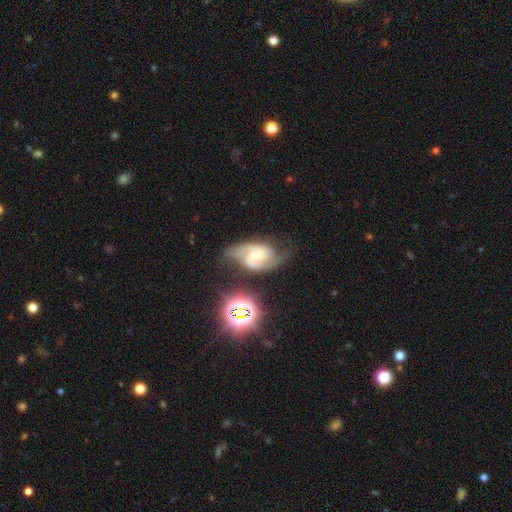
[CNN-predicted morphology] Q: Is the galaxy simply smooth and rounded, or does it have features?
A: featured or disk — 82%.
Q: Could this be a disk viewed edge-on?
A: no — 97%.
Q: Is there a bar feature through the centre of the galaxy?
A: weak — 47%.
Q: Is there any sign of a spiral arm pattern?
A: yes — 97%.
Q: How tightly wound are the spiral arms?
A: medium — 55%.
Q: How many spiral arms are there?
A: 2 — 89%.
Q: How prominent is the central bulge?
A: small — 48%.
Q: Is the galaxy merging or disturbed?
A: none — 70%.